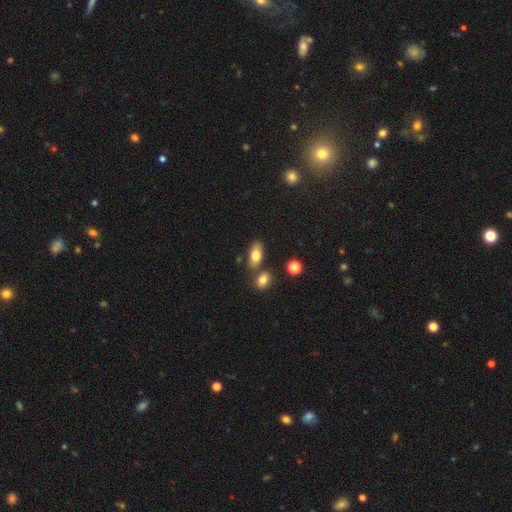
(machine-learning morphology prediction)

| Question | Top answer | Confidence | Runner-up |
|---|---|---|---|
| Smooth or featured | smooth | 78% | featured or disk (14%) |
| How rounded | in between | 87% | cigar-shaped (7%) |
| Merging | none | 68% | merger (16%) |